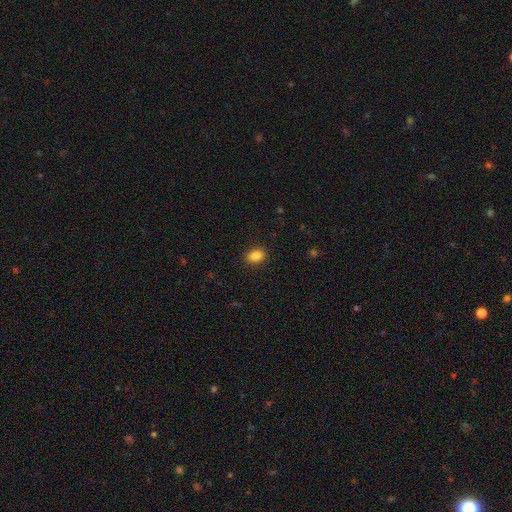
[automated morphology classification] smooth_or_featured: smooth (p=0.87) [alt: star or artifact p=0.09]
how_rounded: in between (p=0.78) [alt: round p=0.21]
merging: none (p=0.87) [alt: minor disturbance p=0.09]